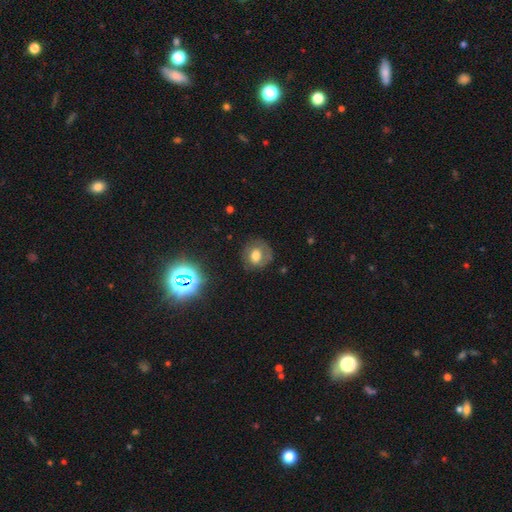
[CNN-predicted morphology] This appears to be a smooth galaxy with no disk features (56%) that is round (73%). Merging: none (71%).